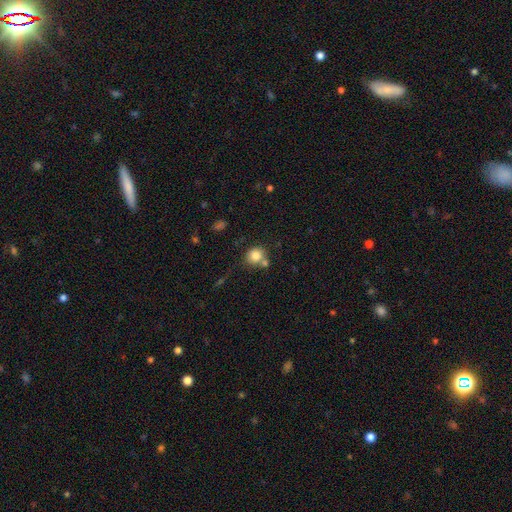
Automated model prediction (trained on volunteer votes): Smooth or featured: smooth — 82% (star or artifact — 10%)
How rounded: round — 85% (in between — 14%)
Merging: none — 58% (merger — 25%)